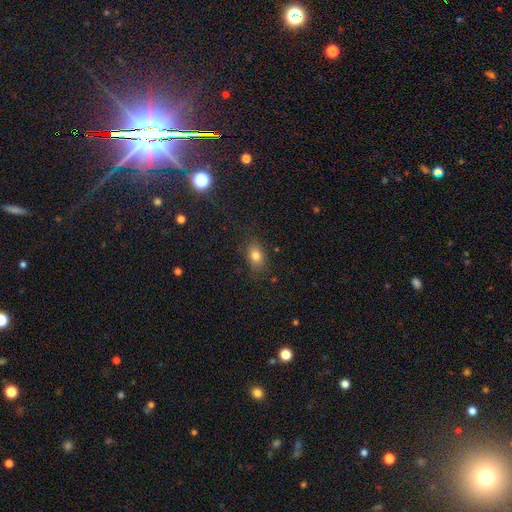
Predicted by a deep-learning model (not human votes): This appears to be a smooth galaxy with no disk features (79%) that is in between round and cigar-shaped (77%). Merging: none (81%).